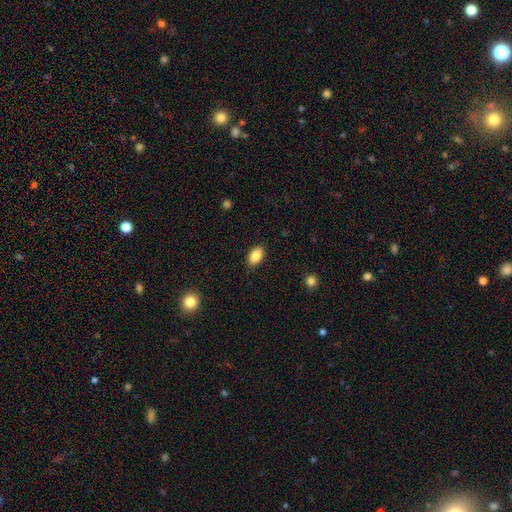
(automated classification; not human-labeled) Smooth or featured? smooth (88%)
How rounded? in between (91%)
Merging? none (87%)